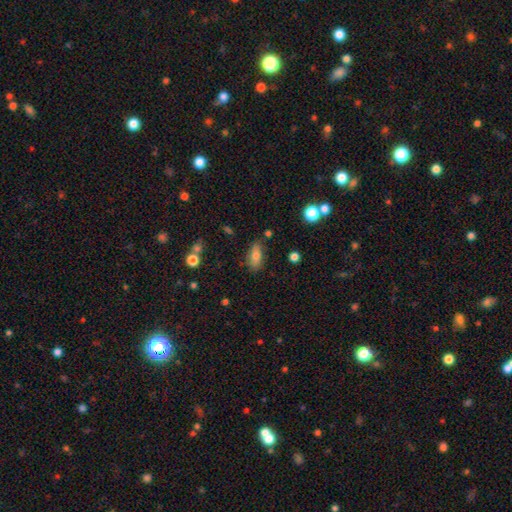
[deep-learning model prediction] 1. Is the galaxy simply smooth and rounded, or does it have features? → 74% smooth, 17% featured or disk, 9% star or artifact.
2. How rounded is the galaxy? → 79% in between, 17% cigar-shaped, 5% round.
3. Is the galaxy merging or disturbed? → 78% none, 15% minor disturbance, 4% merger, 3% major disturbance.